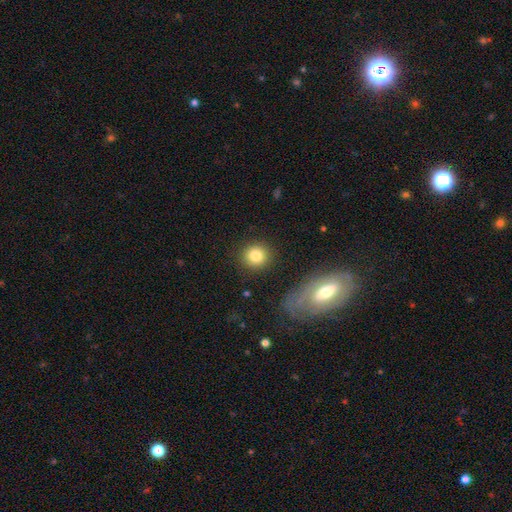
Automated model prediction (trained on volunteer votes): A smooth galaxy with no disk features (84%) that is round (88%). Merging: none (87%).